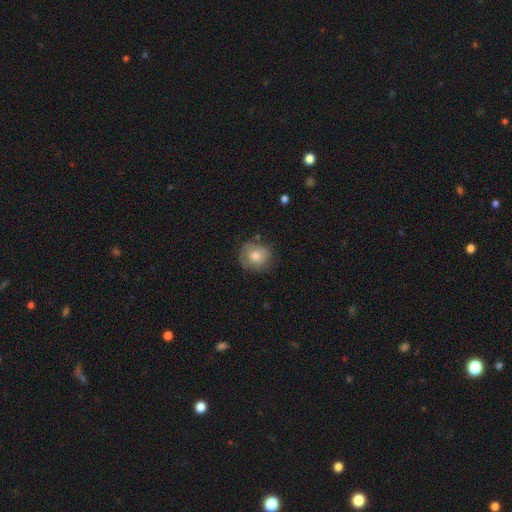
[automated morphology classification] Q: Smooth or featured?
A: smooth (66%); runner-up: featured or disk (25%)
Q: How rounded?
A: round (85%); runner-up: in between (14%)
Q: Merging?
A: none (72%); runner-up: minor disturbance (20%)